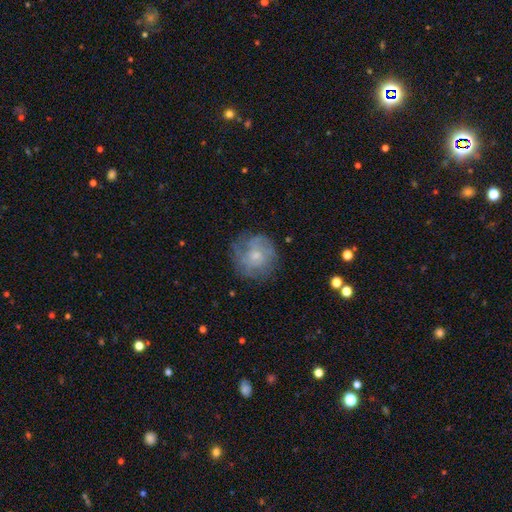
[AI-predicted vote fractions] The model was most divided on "smooth or featured": featured or disk: 52%, smooth: 38%, star or artifact: 9%. More confident: edge-on disk — no (98%); bar — no (77%); merging — none (72%); spiral arms — yes (67%); bulge size — small (60%).